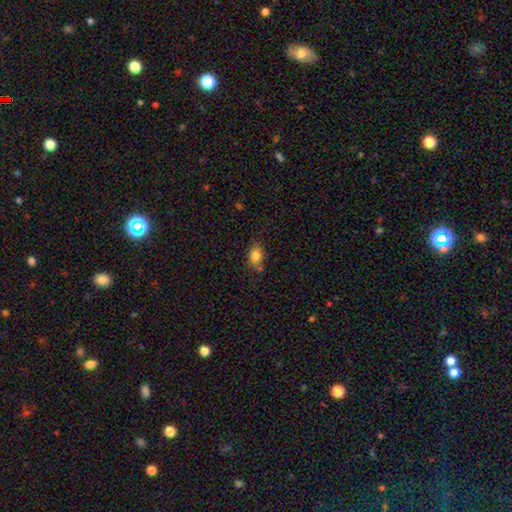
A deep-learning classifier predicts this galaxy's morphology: Smooth or featured? Predicted: smooth (p=0.83). How rounded? Predicted: in between (p=0.81). Merging? Predicted: none (p=0.69).